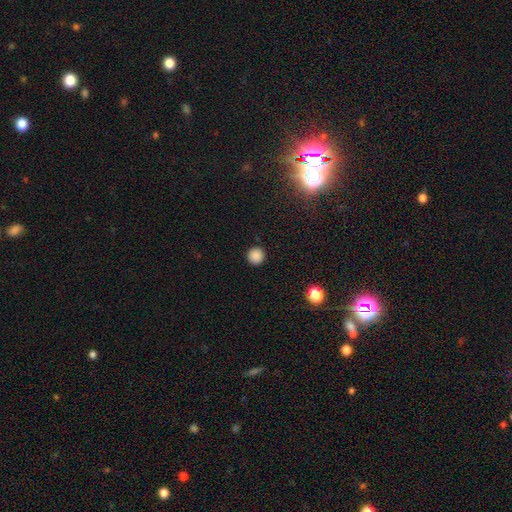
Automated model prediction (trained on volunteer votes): smooth 86%, star or artifact 11%, featured or disk 3%. Down the decision tree: how rounded — round (96%); merging — none (93%).